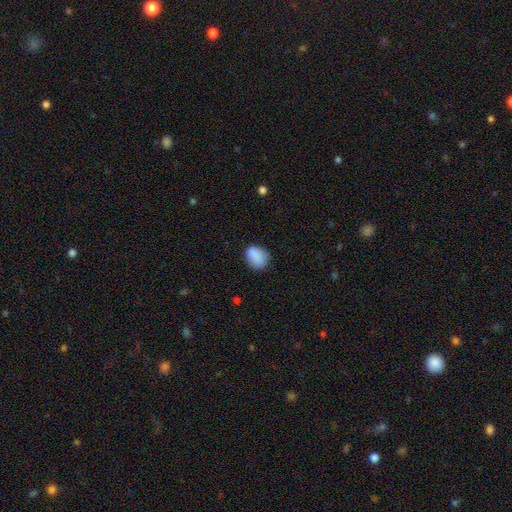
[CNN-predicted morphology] Overall: smooth (86%). How rounded: in between (58%; round 41%). Merging: none (77%).